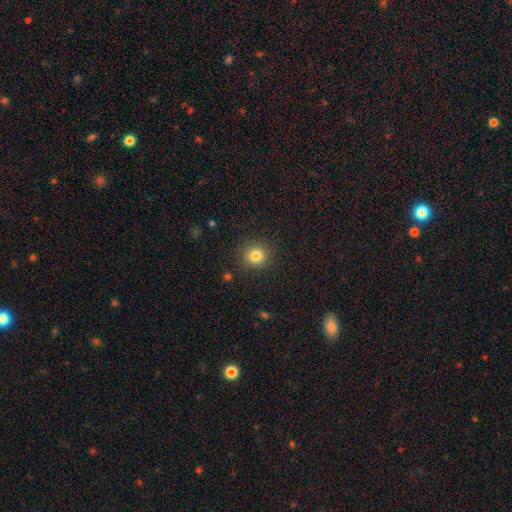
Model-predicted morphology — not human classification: This is clearly a smooth galaxy (82%). How rounded: clearly round (91%). Merging: clearly none (89%).